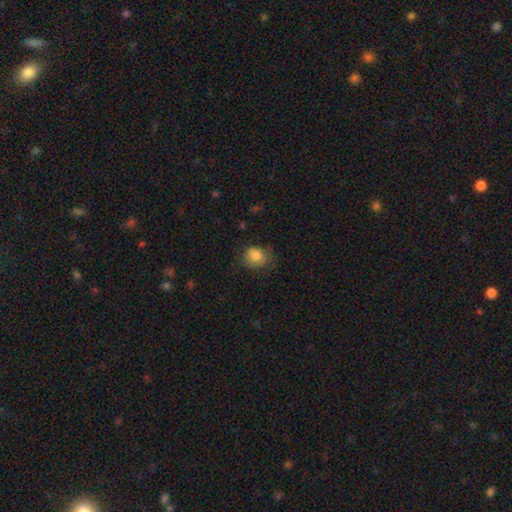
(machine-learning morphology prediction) smooth 81%, star or artifact 10%, featured or disk 10%. Down the decision tree: how rounded — round (64%); merging — none (69%).